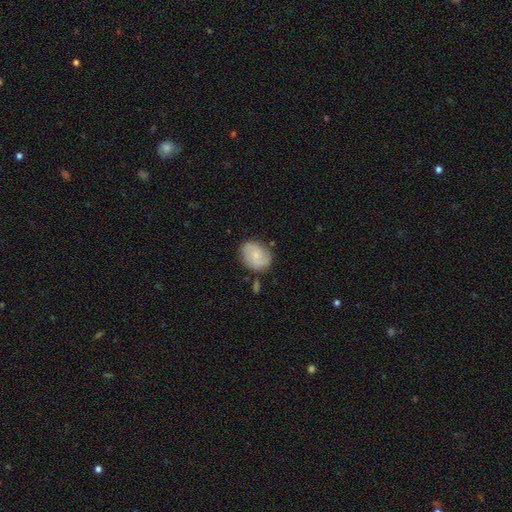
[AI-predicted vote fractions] Q: Smooth or featured?
A: featured or disk (54%); runner-up: smooth (39%)
Q: Edge-on disk?
A: no (97%); runner-up: yes (3%)
Q: Bar?
A: no (63%); runner-up: weak (33%)
Q: Spiral arms?
A: yes (90%); runner-up: no (10%)
Q: Bulge size?
A: small (62%); runner-up: moderate (24%)
Q: Merging?
A: none (76%); runner-up: minor disturbance (17%)